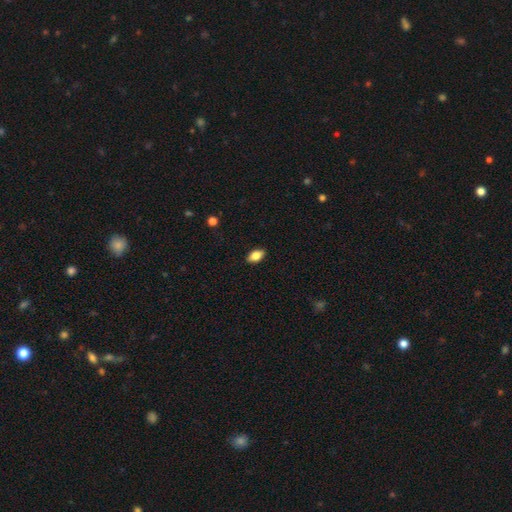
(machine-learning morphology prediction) A smooth galaxy with no disk features (78%) that is in between round and cigar-shaped (89%). Merging: none (88%).